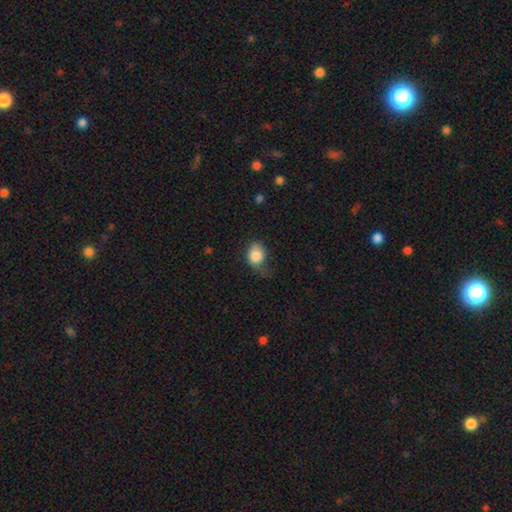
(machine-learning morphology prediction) This is clearly a smooth galaxy (82%). How rounded: likely in between (62%). Merging: marginally minor disturbance (37%).